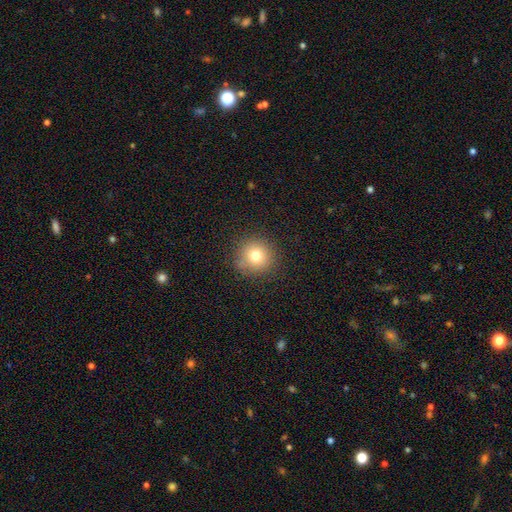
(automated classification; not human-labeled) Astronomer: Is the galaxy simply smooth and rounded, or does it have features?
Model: smooth — 76%.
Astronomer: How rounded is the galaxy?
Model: round — 93%.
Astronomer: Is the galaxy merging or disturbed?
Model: none — 86%.